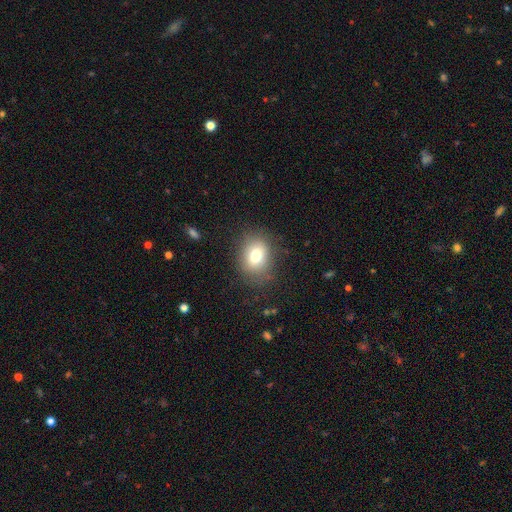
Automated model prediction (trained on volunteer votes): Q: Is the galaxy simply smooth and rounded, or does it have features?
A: smooth — 76%.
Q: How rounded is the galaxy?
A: round — 51%.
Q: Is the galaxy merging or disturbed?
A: none — 79%.